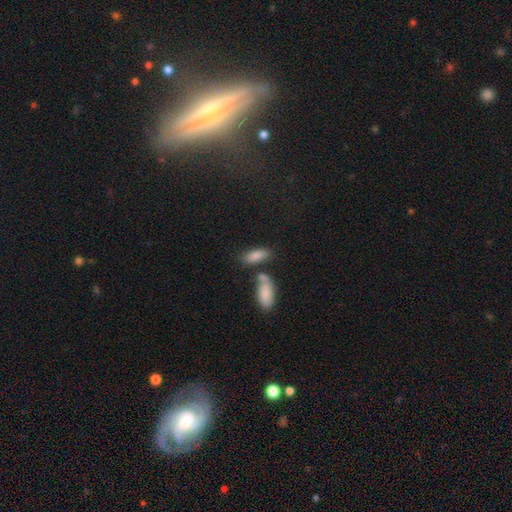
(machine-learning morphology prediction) Smooth or featured?
  - smooth: 83% *
  - featured or disk: 9%
  - star or artifact: 8%
How rounded?
  - in between: 78% *
  - cigar-shaped: 19%
  - round: 3%
Merging?
  - none: 55% *
  - merger: 26%
  - minor disturbance: 14%
  - major disturbance: 5%